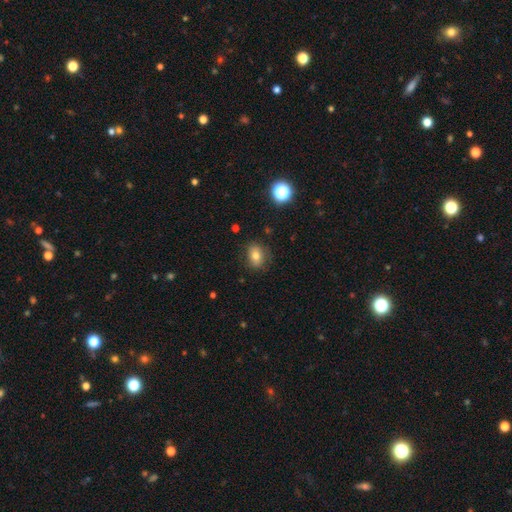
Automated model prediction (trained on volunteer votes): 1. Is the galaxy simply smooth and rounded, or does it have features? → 75% smooth, 13% featured or disk, 12% star or artifact.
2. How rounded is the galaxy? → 60% in between, 38% round, 1% cigar-shaped.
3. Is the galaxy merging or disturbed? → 80% none, 15% minor disturbance, 4% major disturbance, 1% merger.